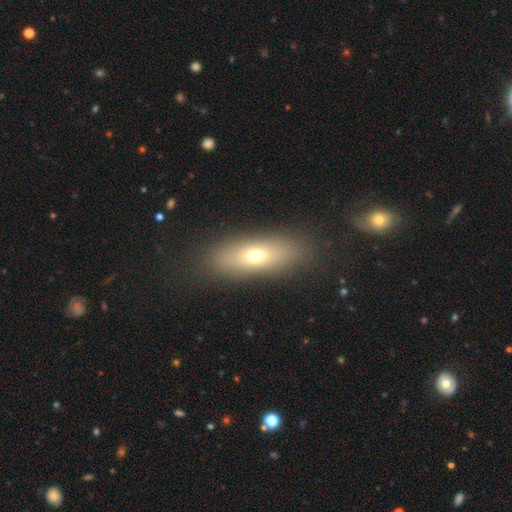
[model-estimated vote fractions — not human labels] smooth 62%, featured or disk 27%, star or artifact 11%. Down the decision tree: how rounded — in between (57%); merging — none (85%).